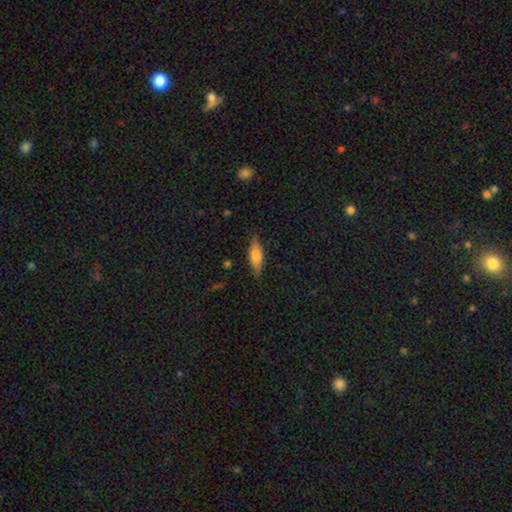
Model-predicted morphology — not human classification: Smooth or featured? smooth (66%)
How rounded? in between (51%)
Merging? none (82%)